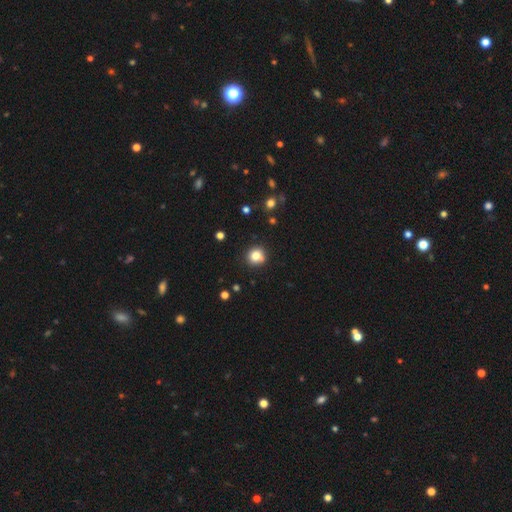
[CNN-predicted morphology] Overall: smooth (81%). How rounded: round (89%). Merging: none (80%).